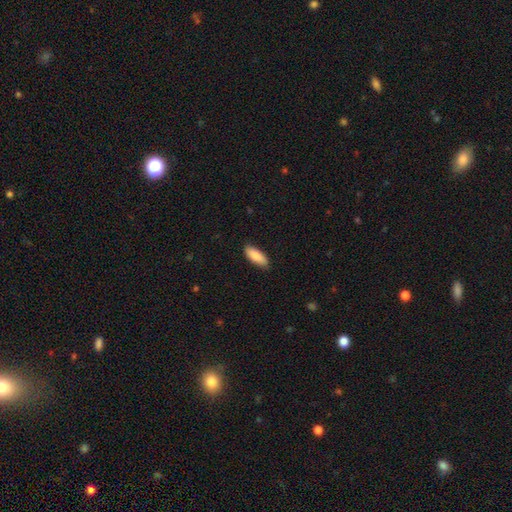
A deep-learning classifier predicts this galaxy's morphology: smooth-or-featured: smooth: 89% | featured or disk: 6% | star or artifact: 5%
  how-rounded: in between: 70% | cigar-shaped: 28% | round: 2%
  merging: none: 88% | minor disturbance: 10% | major disturbance: 2% | merger: 1%